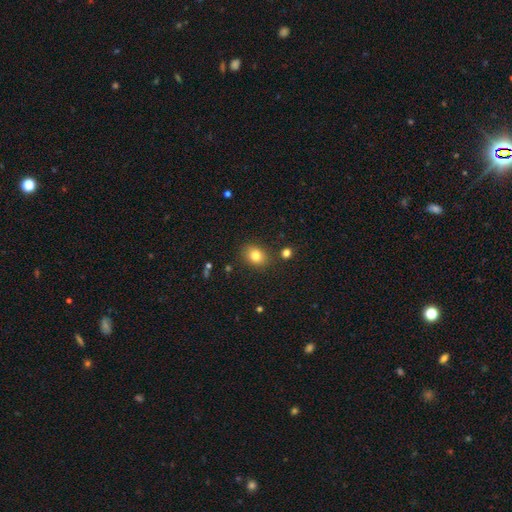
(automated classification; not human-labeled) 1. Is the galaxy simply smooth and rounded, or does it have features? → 81% smooth, 11% star or artifact, 8% featured or disk.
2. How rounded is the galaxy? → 55% in between, 43% round, 1% cigar-shaped.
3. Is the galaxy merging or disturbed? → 84% none, 10% minor disturbance, 3% merger, 3% major disturbance.